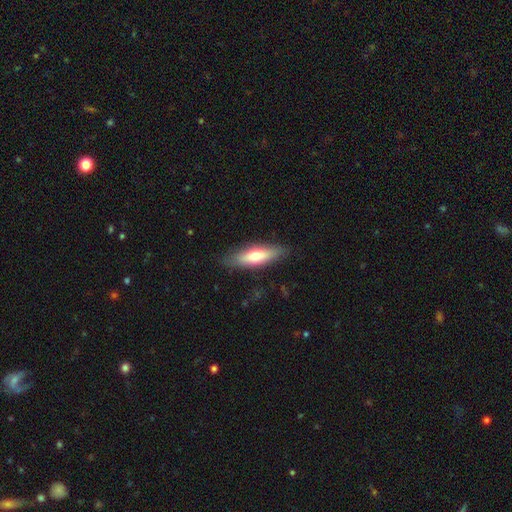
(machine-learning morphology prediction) Q: Smooth or featured?
A: smooth (62%); runner-up: featured or disk (32%)
Q: How rounded?
A: cigar-shaped (52%); runner-up: in between (45%)
Q: Merging?
A: none (85%); runner-up: minor disturbance (11%)